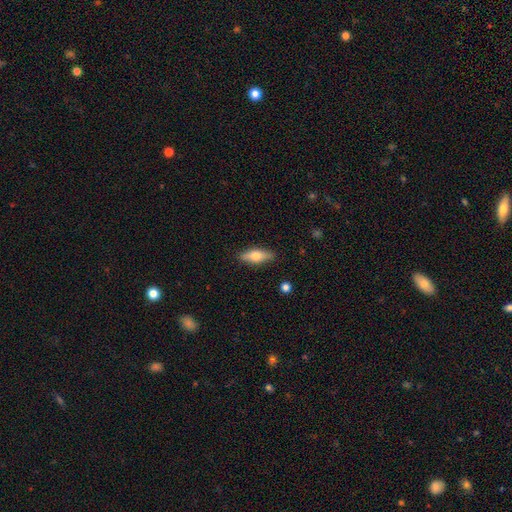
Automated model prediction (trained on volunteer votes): A smooth galaxy with no disk features (58%) that is in between round and cigar-shaped (56%).

Vote fractions:
- Smooth or featured? smooth: 58% / featured or disk: 36% / star or artifact: 6%
- How rounded? in between: 56% / cigar-shaped: 40% / round: 3%
- Merging? none: 87% / minor disturbance: 9% / major disturbance: 2% / merger: 1%